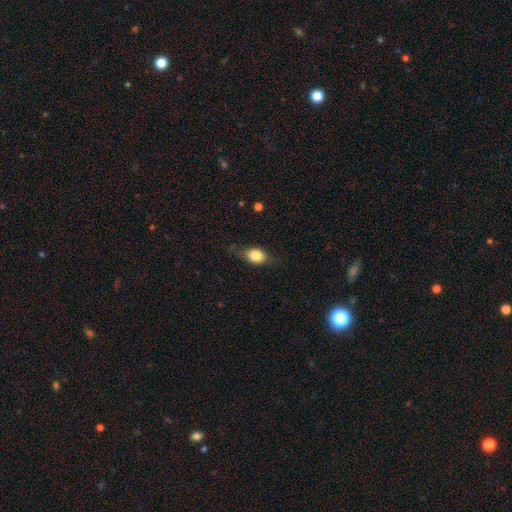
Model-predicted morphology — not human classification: type=smooth (78%); roundness=in between (74%); merging=none (68%).